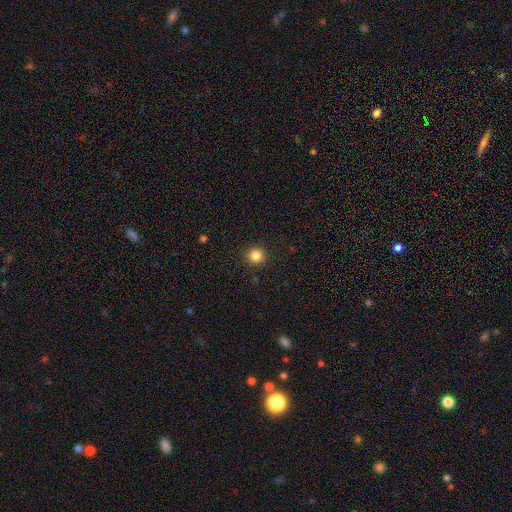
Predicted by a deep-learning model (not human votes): Morphology: type=smooth (84%); roundness=round (94%); merging=none (92%).